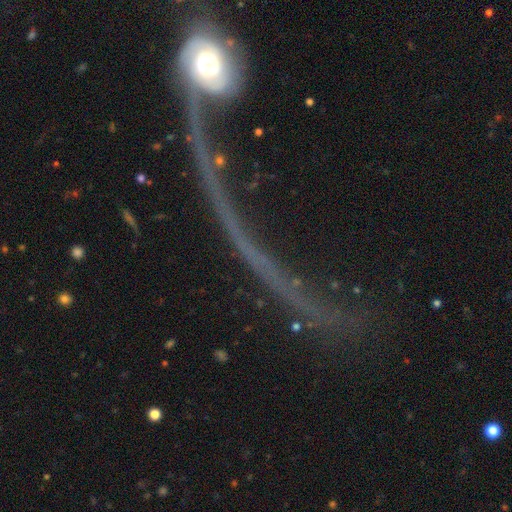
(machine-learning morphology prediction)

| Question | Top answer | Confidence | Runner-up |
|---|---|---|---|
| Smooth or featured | star or artifact | 47% | featured or disk (38%) |